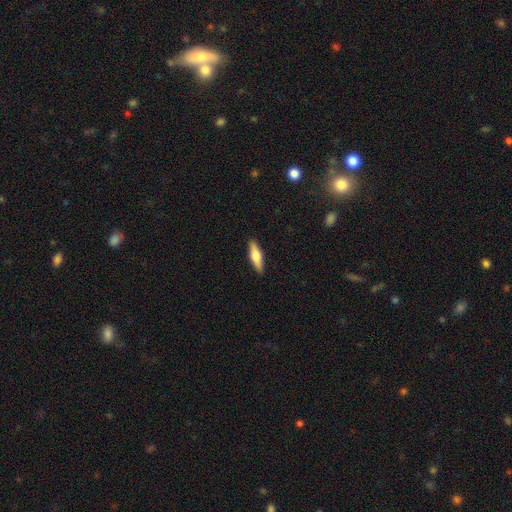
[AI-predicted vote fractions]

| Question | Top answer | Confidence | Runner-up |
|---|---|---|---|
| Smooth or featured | smooth | 57% | featured or disk (37%) |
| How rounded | cigar-shaped | 59% | in between (39%) |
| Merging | none | 90% | minor disturbance (8%) |